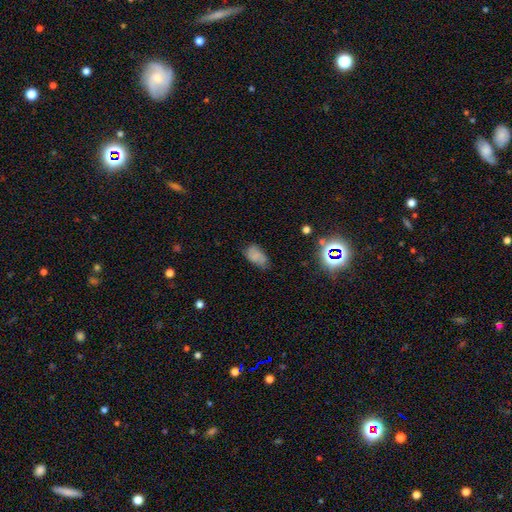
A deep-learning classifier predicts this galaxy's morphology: A smooth galaxy with no disk features (65%) that is in between round and cigar-shaped (90%).

Vote fractions:
- Smooth or featured? smooth: 65% / featured or disk: 21% / star or artifact: 14%
- How rounded? in between: 90% / round: 8% / cigar-shaped: 2%
- Merging? none: 53% / minor disturbance: 33% / major disturbance: 11% / merger: 3%